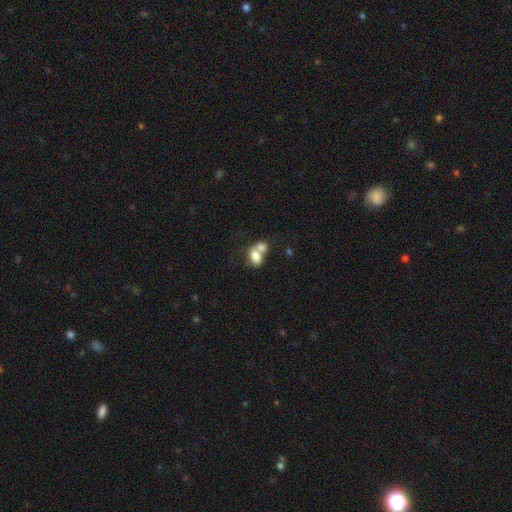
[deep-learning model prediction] Smooth or featured? smooth (75%)
How rounded? in between (70%)
Merging? merger (67%)